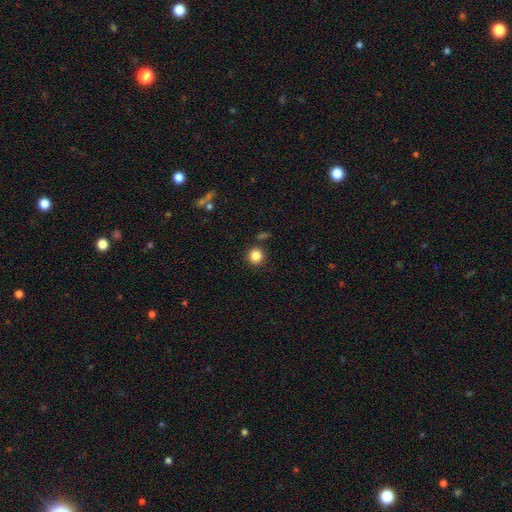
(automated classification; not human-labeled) The model was most divided on "smooth or featured": smooth: 85%, star or artifact: 11%, featured or disk: 4%. More confident: how rounded — round (94%); merging — none (87%).